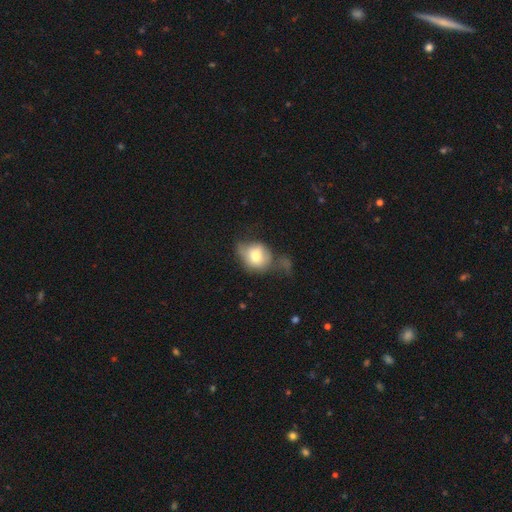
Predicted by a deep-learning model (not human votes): A smooth galaxy with no disk features (66%) that is round (53%).

Vote fractions:
- Smooth or featured? smooth: 66% / featured or disk: 26% / star or artifact: 9%
- How rounded? round: 53% / in between: 45% / cigar-shaped: 1%
- Merging? none: 33% / minor disturbance: 31% / major disturbance: 27% / merger: 8%